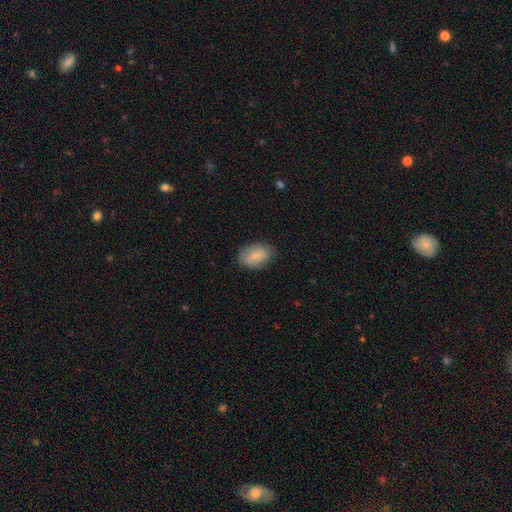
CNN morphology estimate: This appears to be a smooth galaxy with no disk features (82%) that is in between round and cigar-shaped (87%). Merging: none (80%).